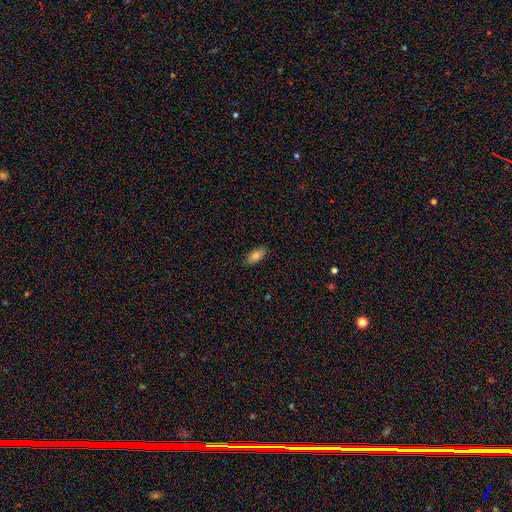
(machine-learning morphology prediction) A smooth galaxy with no disk features (81%) that is in between round and cigar-shaped (91%).

Vote fractions:
- Smooth or featured? smooth: 81% / featured or disk: 11% / star or artifact: 8%
- How rounded? in between: 91% / cigar-shaped: 6% / round: 3%
- Merging? none: 88% / minor disturbance: 10% / major disturbance: 2% / merger: 1%